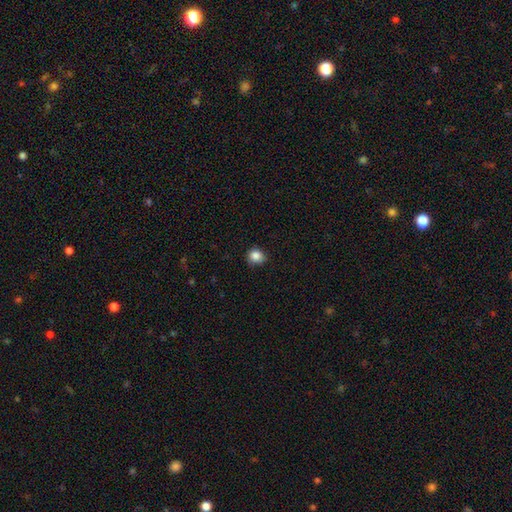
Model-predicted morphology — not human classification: smooth_or_featured: smooth (p=0.85) [alt: star or artifact p=0.10]
how_rounded: round (p=0.84) [alt: in between p=0.15]
merging: none (p=0.82) [alt: minor disturbance p=0.15]